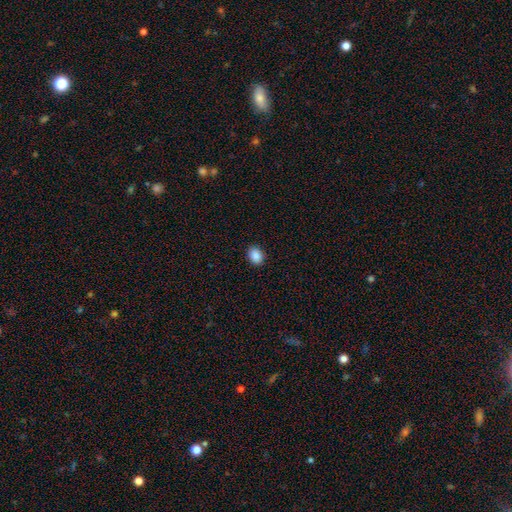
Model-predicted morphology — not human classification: Overall: smooth (89%). How rounded: in between (67%; round 32%). Merging: none (91%).